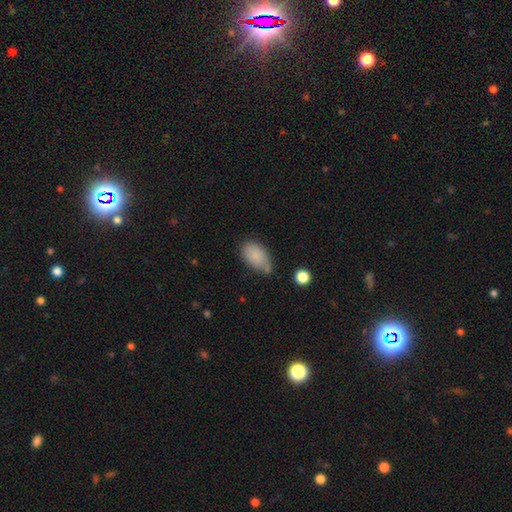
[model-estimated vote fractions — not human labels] Morphology: type=smooth (85%); roundness=in between (90%); merging=none (56%).